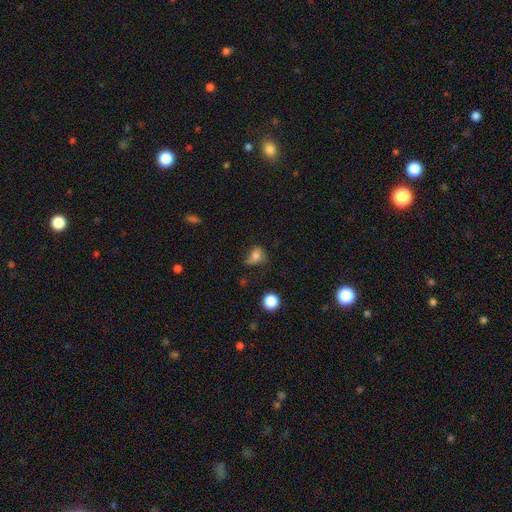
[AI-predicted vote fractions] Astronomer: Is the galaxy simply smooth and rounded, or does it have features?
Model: smooth — 72%.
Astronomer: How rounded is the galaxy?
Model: round — 51% (runner-up: in between, 47%).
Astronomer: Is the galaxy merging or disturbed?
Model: none — 38% (runner-up: minor disturbance, 33%).